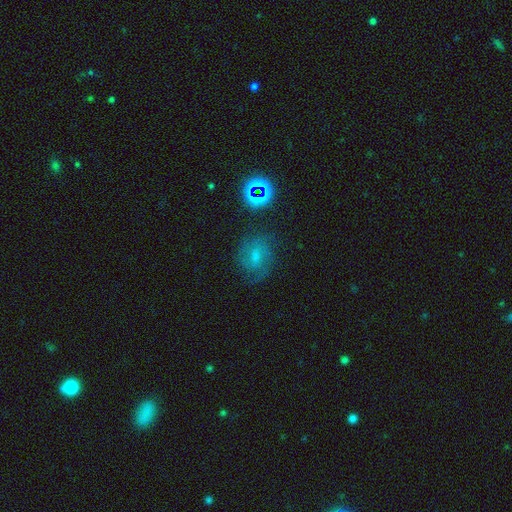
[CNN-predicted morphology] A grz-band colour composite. It shows a featured or disk galaxy (51%). Merging: none (70%).